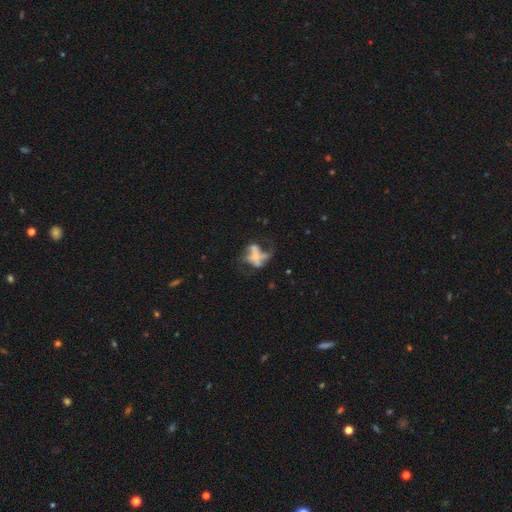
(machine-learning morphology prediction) A featured or disk galaxy (63%) with no bar (71%), no spiral arms (54%) and a small central bulge (35%). Merging: major disturbance (39%).